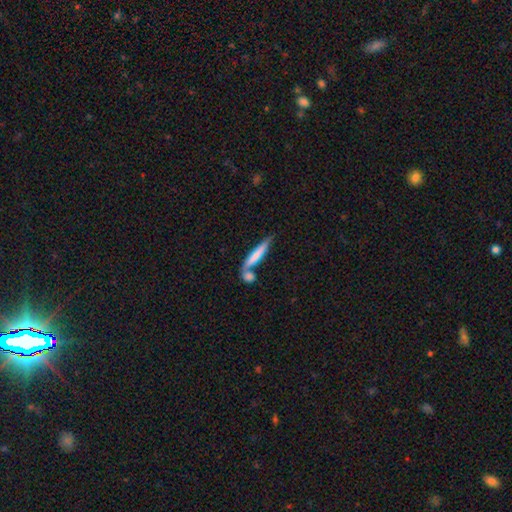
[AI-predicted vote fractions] Q: Smooth or featured?
A: smooth (64%); runner-up: featured or disk (30%)
Q: How rounded?
A: cigar-shaped (88%); runner-up: in between (10%)
Q: Merging?
A: none (48%); runner-up: merger (33%)